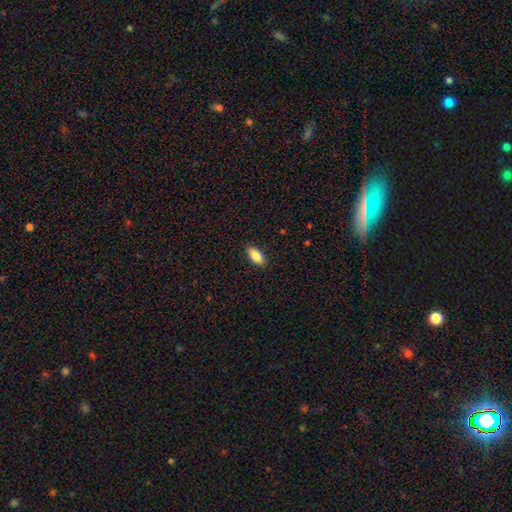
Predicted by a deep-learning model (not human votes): smooth 84%, featured or disk 9%, star or artifact 7%. Down the decision tree: how rounded — in between (86%); merging — none (89%).